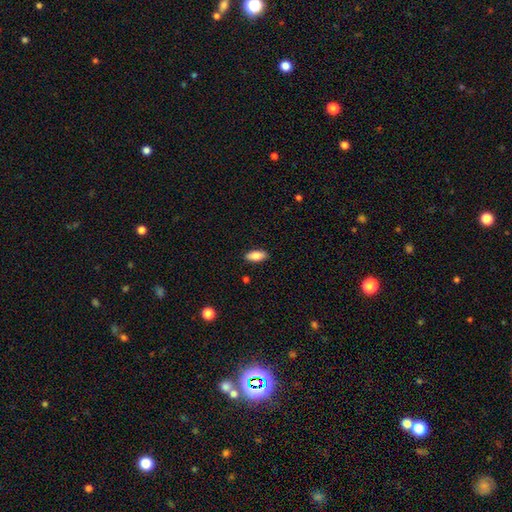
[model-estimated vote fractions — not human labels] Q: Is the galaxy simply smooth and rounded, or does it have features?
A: smooth — 83%.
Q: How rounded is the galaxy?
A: in between — 86%.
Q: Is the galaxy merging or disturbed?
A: none — 89%.